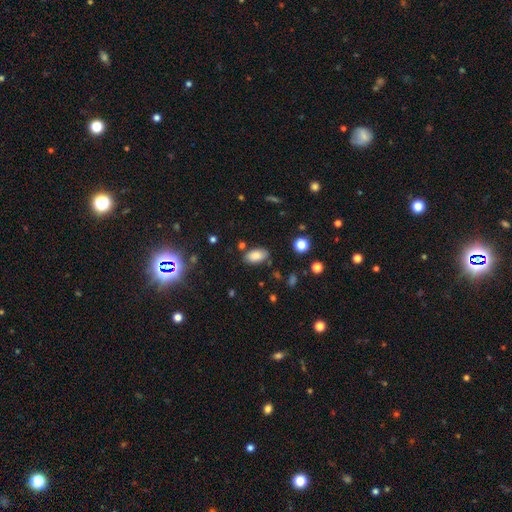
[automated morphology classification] Q: Smooth or featured?
A: smooth (84%); runner-up: star or artifact (9%)
Q: How rounded?
A: in between (93%); runner-up: round (5%)
Q: Merging?
A: none (78%); runner-up: minor disturbance (14%)